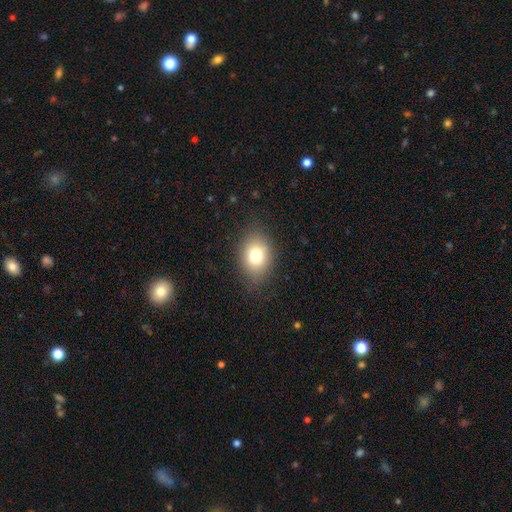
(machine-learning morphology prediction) A smooth galaxy with no disk features (76%) that is in between round and cigar-shaped (64%). Merging: none (82%).